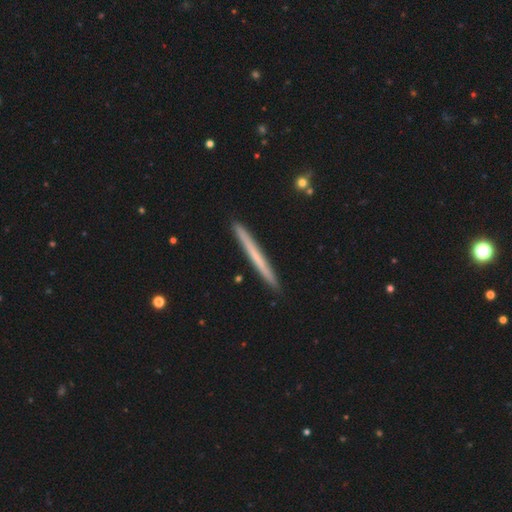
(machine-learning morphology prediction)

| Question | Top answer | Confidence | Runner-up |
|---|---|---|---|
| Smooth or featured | smooth | 54% | featured or disk (40%) |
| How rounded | cigar-shaped | 97% | in between (1%) |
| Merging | none | 92% | minor disturbance (6%) |